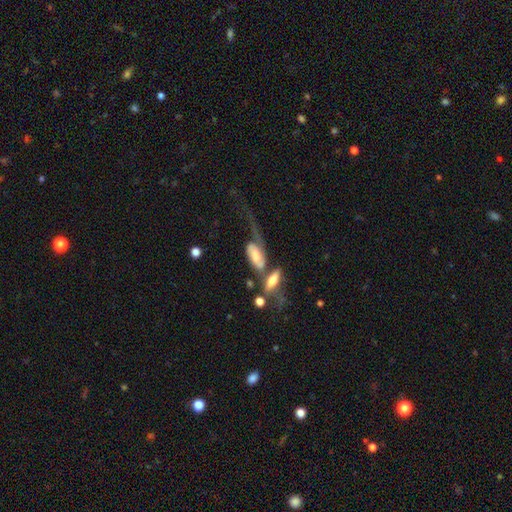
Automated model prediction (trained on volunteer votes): A featured or disk galaxy (56%).

Vote fractions:
- Smooth or featured? featured or disk: 56% / smooth: 36% / star or artifact: 8%
- Edge-on disk? no: 84% / yes: 16%
- Merging? merger: 44% / major disturbance: 28% / none: 17% / minor disturbance: 11%